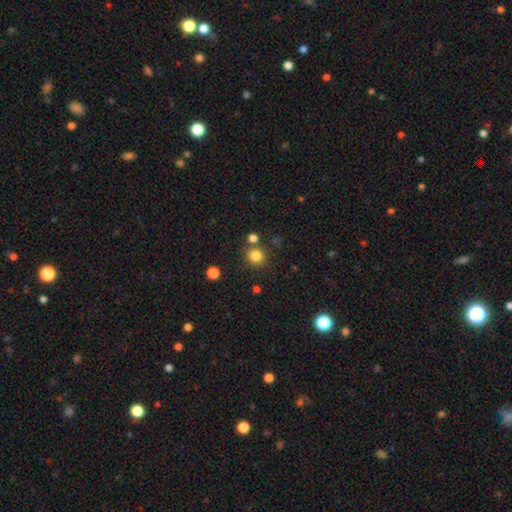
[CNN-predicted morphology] Smooth or featured? smooth (83%)
How rounded? round (90%)
Merging? none (80%)